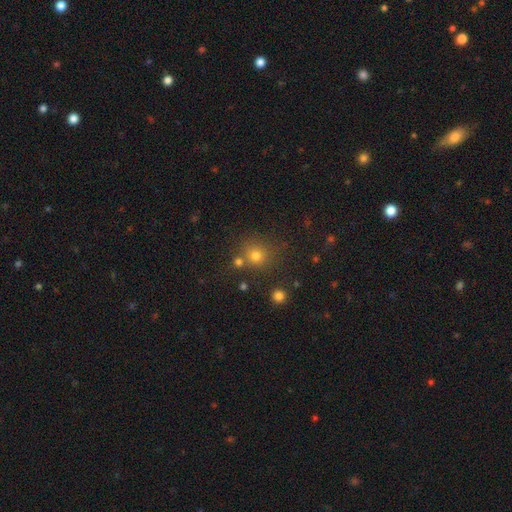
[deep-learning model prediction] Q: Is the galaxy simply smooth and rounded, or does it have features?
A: smooth — 73%.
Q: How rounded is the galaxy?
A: round — 89%.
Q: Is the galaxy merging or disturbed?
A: none — 72%.